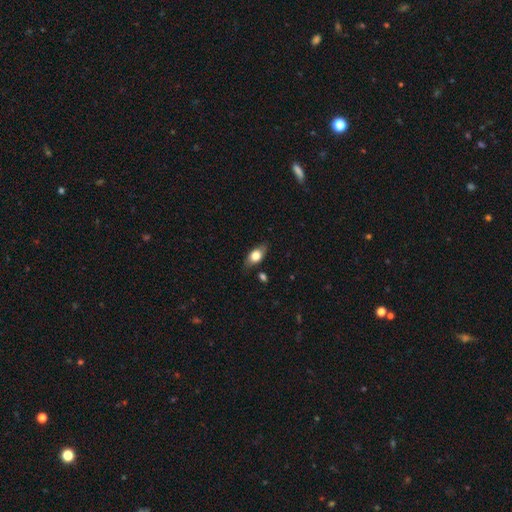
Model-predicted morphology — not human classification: This appears to be a smooth galaxy with no disk features (72%) that is in between round and cigar-shaped (85%). Merging: none (79%).